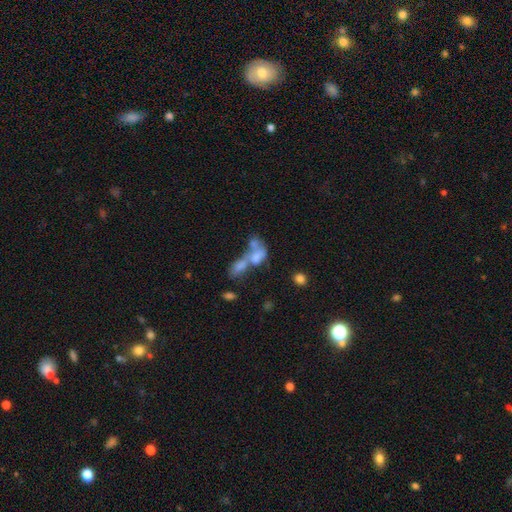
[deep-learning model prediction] Morphology: type=smooth (61%); roundness=in between (80%); merging=merger (70%).